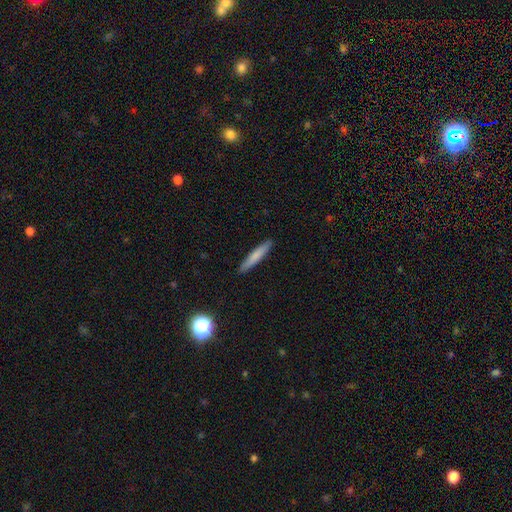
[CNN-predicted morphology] The model was most divided on "smooth or featured": smooth: 74%, featured or disk: 19%, star or artifact: 6%. More confident: how rounded — cigar-shaped (93%); merging — none (91%).